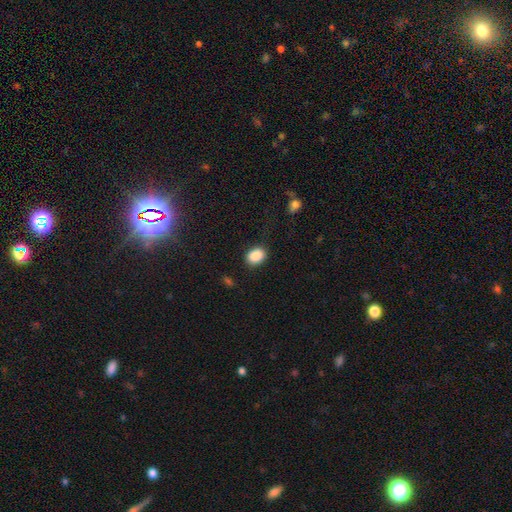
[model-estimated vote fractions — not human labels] smooth 88%, star or artifact 8%, featured or disk 4%. Down the decision tree: how rounded — in between (71%); merging — none (83%).